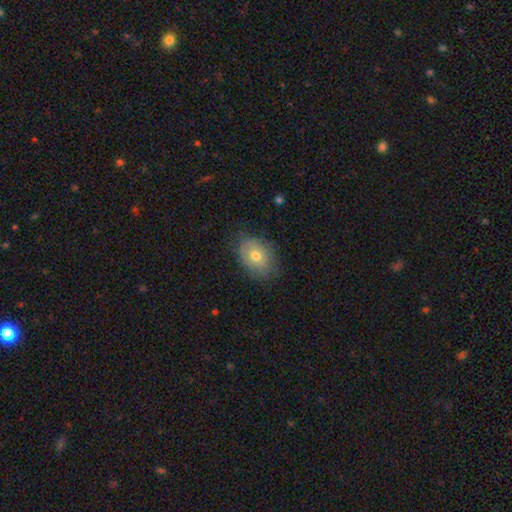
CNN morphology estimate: smooth-or-featured: smooth: 67% | featured or disk: 25% | star or artifact: 8%
  how-rounded: in between: 71% | round: 28% | cigar-shaped: 1%
  merging: none: 71% | minor disturbance: 22% | major disturbance: 6% | merger: 1%